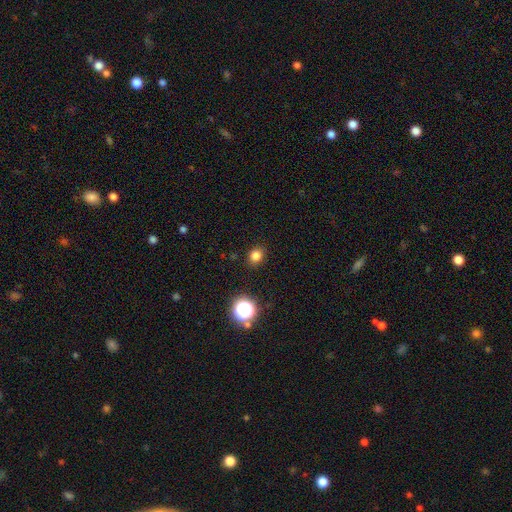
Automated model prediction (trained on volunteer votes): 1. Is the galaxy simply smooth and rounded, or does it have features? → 80% smooth, 16% star or artifact, 4% featured or disk.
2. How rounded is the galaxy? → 72% round, 27% in between, 1% cigar-shaped.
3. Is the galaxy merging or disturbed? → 89% none, 7% minor disturbance, 2% major disturbance, 1% merger.